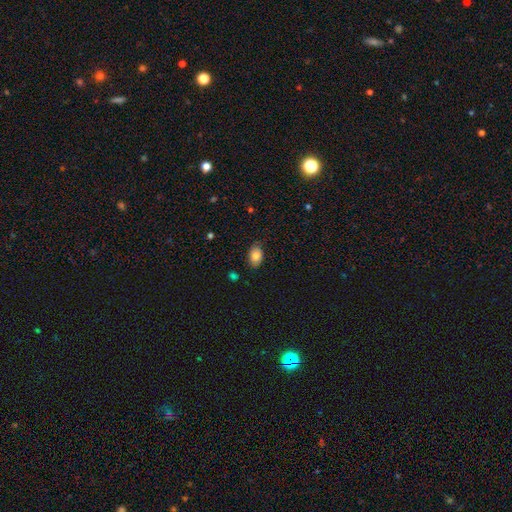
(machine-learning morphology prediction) A smooth galaxy with no disk features (83%) that is in between round and cigar-shaped (88%). Merging: none (79%).